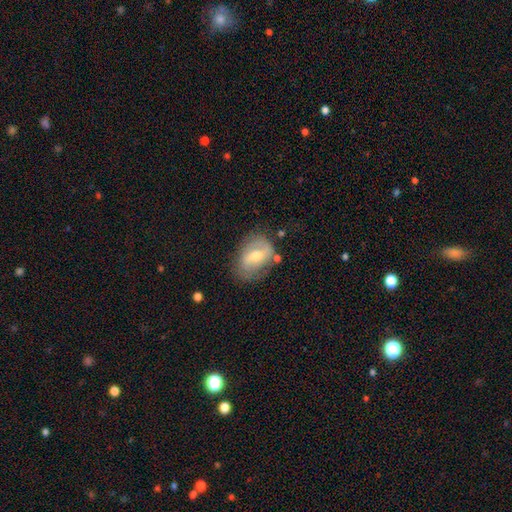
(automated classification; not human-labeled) Q: Smooth or featured?
A: featured or disk (50%); runner-up: smooth (42%)
Q: Edge-on disk?
A: no (94%); runner-up: yes (6%)
Q: Merging?
A: none (60%); runner-up: minor disturbance (26%)